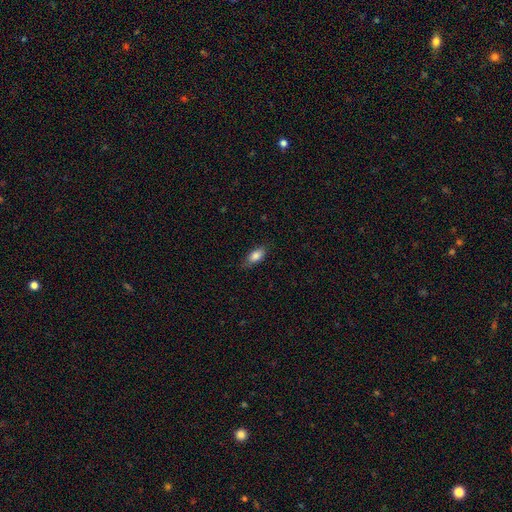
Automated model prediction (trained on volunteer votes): smooth_or_featured: smooth (p=0.83) [alt: featured or disk p=0.10]
how_rounded: in between (p=0.85) [alt: cigar-shaped p=0.12]
merging: none (p=0.77) [alt: minor disturbance p=0.19]